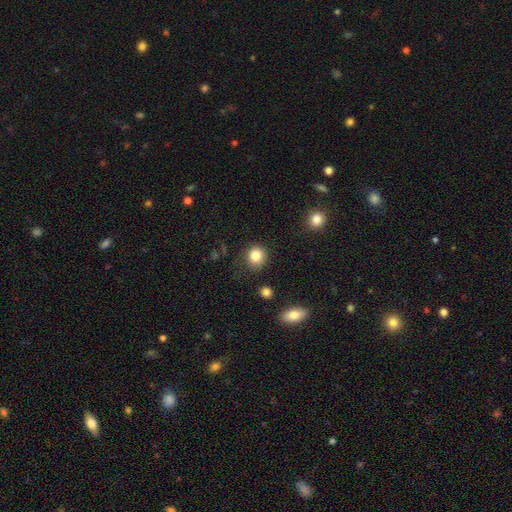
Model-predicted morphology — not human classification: Smooth or featured? Predicted: smooth (p=0.83). How rounded? Predicted: round (p=0.87). Merging? Predicted: none (p=0.85).